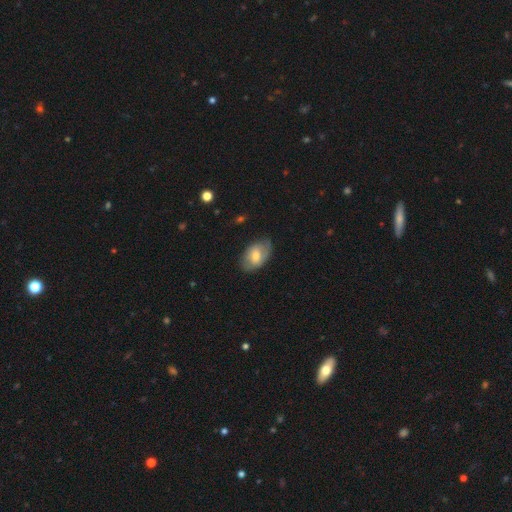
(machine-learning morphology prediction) Smooth or featured? Predicted: smooth (p=0.54). How rounded? Predicted: in between (p=0.89). Merging? Predicted: none (p=0.74).